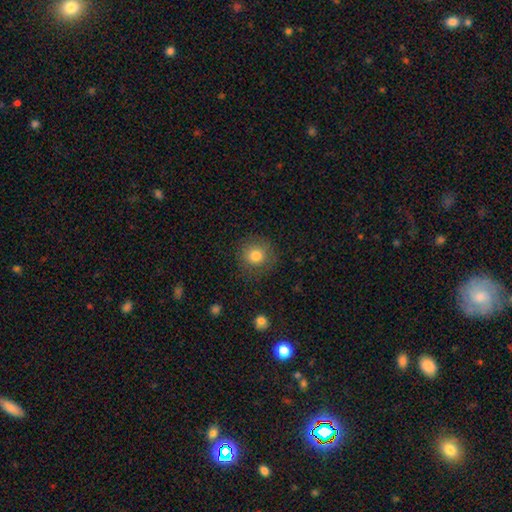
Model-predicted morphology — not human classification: The model was most divided on "smooth or featured": smooth: 80%, star or artifact: 10%, featured or disk: 9%. More confident: how rounded — round (92%); merging — none (83%).